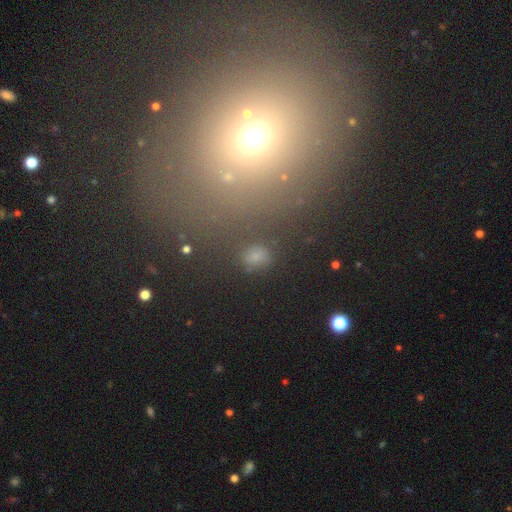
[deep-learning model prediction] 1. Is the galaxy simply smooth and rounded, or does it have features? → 63% smooth, 28% star or artifact, 9% featured or disk.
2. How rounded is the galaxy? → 49% round (tied), 49% in between (tied), 2% cigar-shaped.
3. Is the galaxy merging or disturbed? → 78% none, 12% minor disturbance, 6% major disturbance, 4% merger.